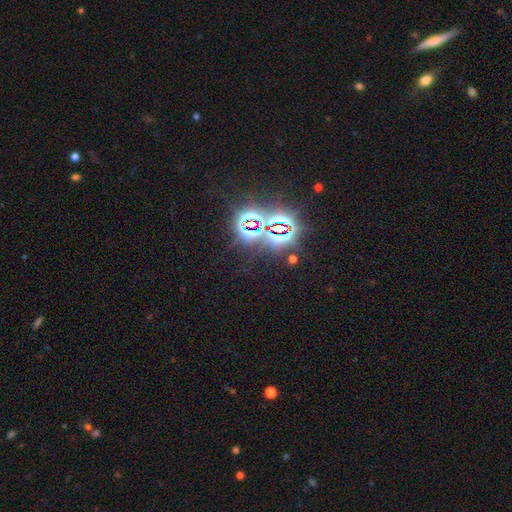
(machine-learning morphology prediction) smooth_or_featured: star or artifact (p=0.77) [alt: smooth p=0.13]